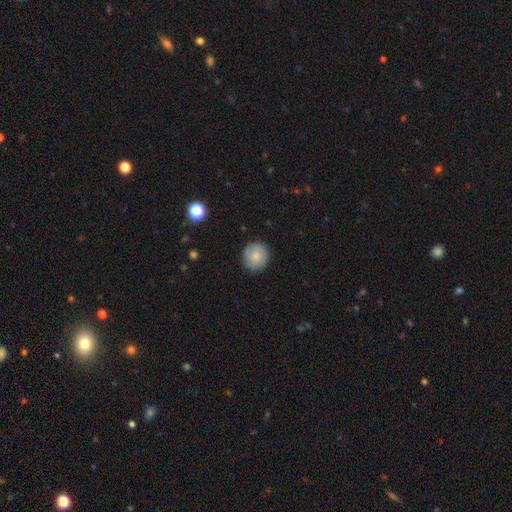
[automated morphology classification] Smooth or featured: smooth — 77% (featured or disk — 16%)
How rounded: round — 93% (in between — 6%)
Merging: none — 89% (minor disturbance — 8%)